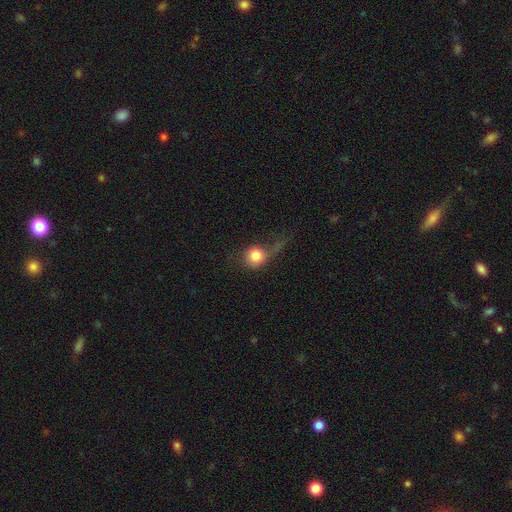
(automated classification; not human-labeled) smooth_or_featured: smooth (p=0.77) [alt: featured or disk p=0.13]
how_rounded: round (p=0.85) [alt: in between p=0.13]
merging: none (p=0.36) [alt: major disturbance p=0.33]